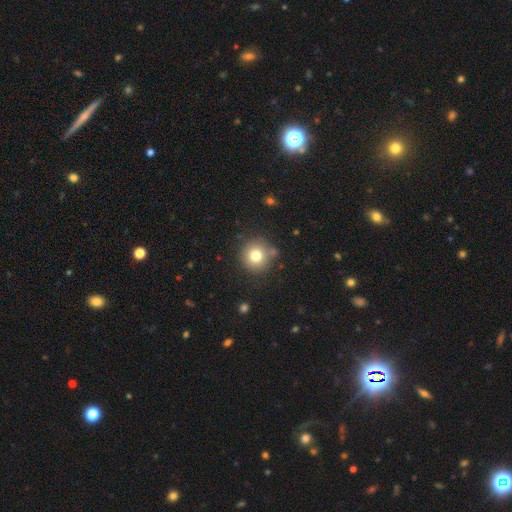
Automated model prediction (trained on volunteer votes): A smooth galaxy with no disk features (77%) that is round (93%). Merging: none (81%).